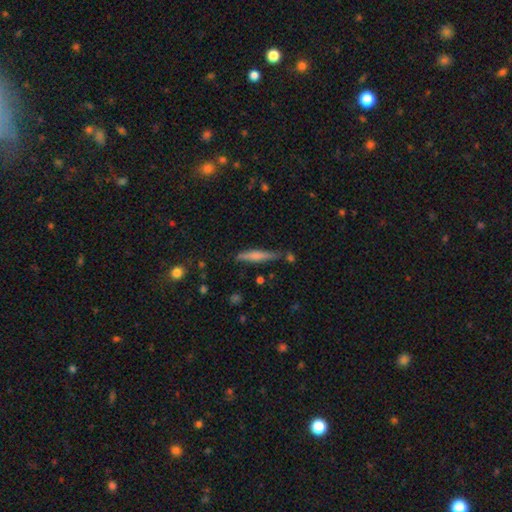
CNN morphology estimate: Smooth or featured?
  - smooth: 58% *
  - featured or disk: 35%
  - star or artifact: 7%
How rounded?
  - cigar-shaped: 91% *
  - in between: 8%
  - round: 2%
Merging?
  - none: 75% *
  - minor disturbance: 16%
  - merger: 5%
  - major disturbance: 3%